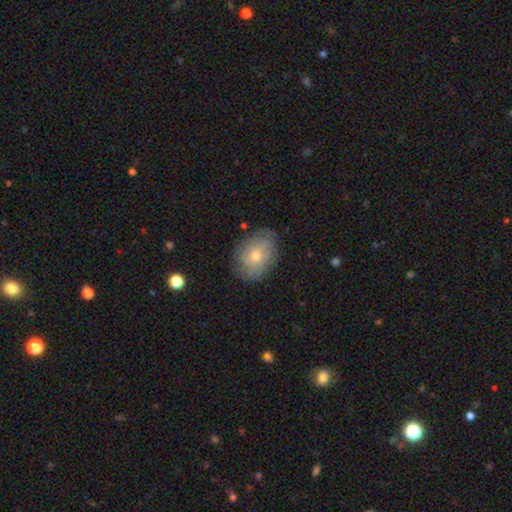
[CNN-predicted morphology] The model was most divided on "smooth or featured": smooth: 51%, featured or disk: 41%, star or artifact: 8%. More confident: merging — none (72%); how rounded — in between (63%).